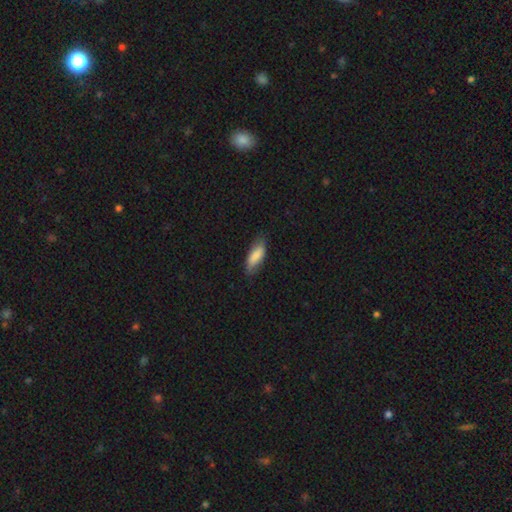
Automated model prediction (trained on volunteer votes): smooth-or-featured: smooth: 83% | featured or disk: 11% | star or artifact: 6%
  how-rounded: in between: 70% | cigar-shaped: 28% | round: 2%
  merging: none: 73% | minor disturbance: 22% | major disturbance: 4% | merger: 1%